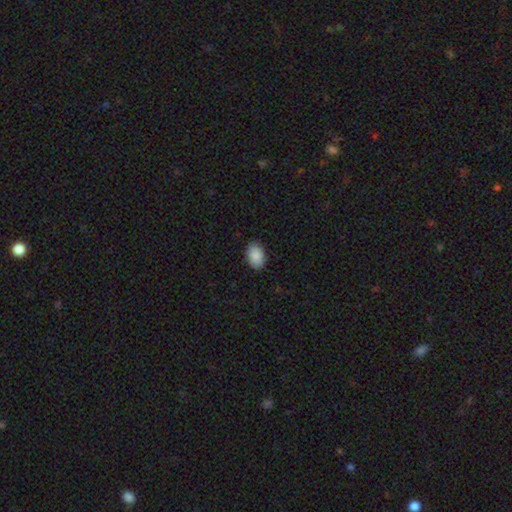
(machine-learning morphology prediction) This appears to be a smooth galaxy with no disk features (89%) that is in between round and cigar-shaped (86%). Merging: none (87%).